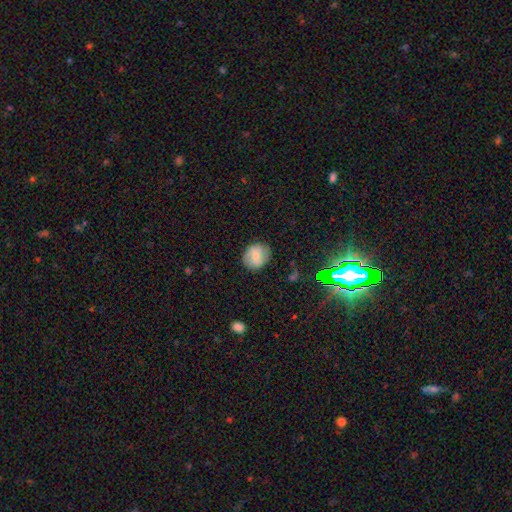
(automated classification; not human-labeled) Smooth or featured: smooth — 63% (featured or disk — 27%)
How rounded: round — 72% (in between — 26%)
Merging: none — 82% (minor disturbance — 13%)